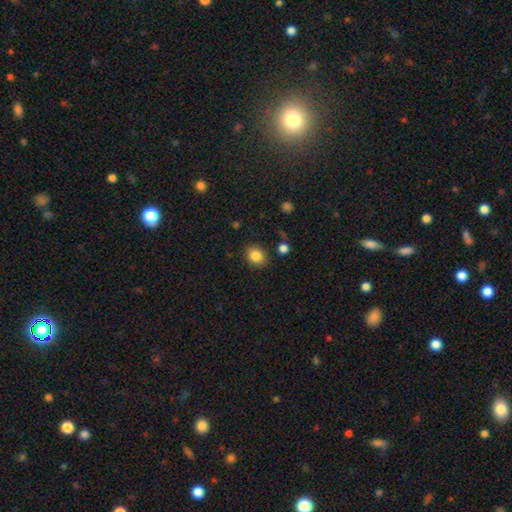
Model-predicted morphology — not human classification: A smooth galaxy with no disk features (85%) that is round (56%). Merging: none (84%).